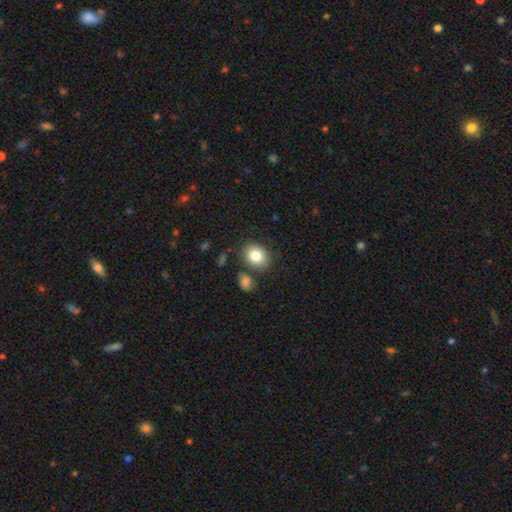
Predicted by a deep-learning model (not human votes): Smooth or featured: smooth — 83% (star or artifact — 9%)
How rounded: round — 53% (in between — 46%)
Merging: none — 76% (minor disturbance — 12%)